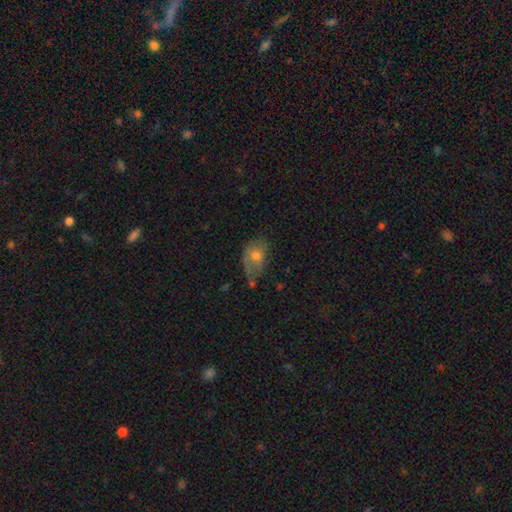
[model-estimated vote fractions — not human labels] Q: Smooth or featured?
A: smooth (63%); runner-up: featured or disk (27%)
Q: How rounded?
A: in between (80%); runner-up: round (18%)
Q: Merging?
A: none (38%); runner-up: minor disturbance (35%)